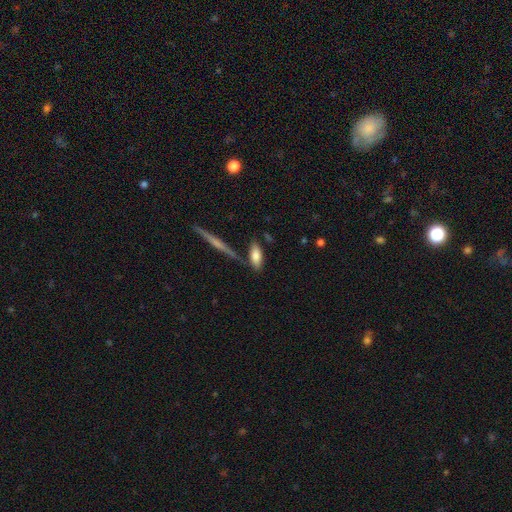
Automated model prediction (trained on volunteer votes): This is likely a smooth galaxy (76%). How rounded: likely in between (76%). Merging: likely none (70%).